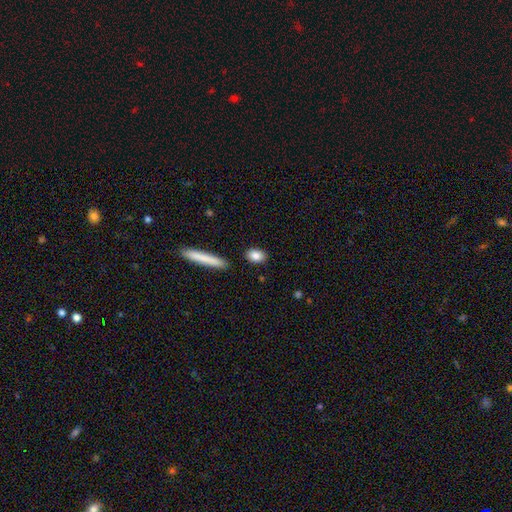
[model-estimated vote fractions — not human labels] A smooth galaxy with no disk features (85%) that is in between round and cigar-shaped (77%). Merging: none (87%).